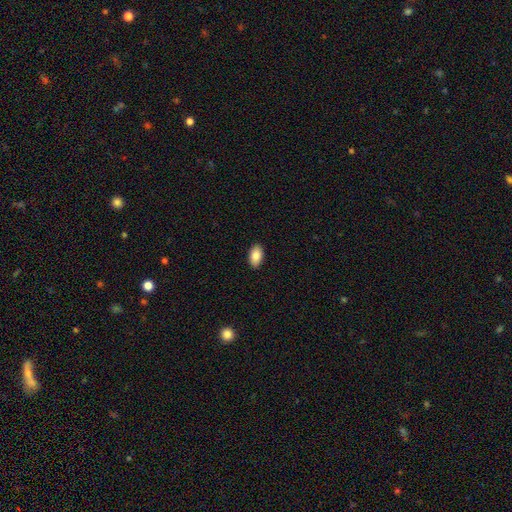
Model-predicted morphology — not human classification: type=smooth (86%); roundness=in between (94%); merging=none (90%).